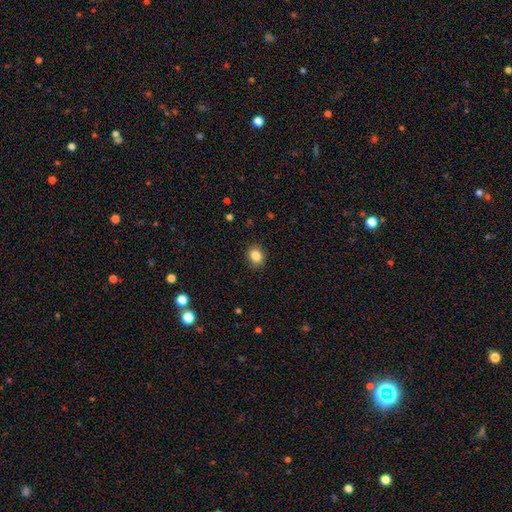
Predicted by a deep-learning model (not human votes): Smooth or featured? smooth (85%)
How rounded? round (65%)
Merging? none (88%)